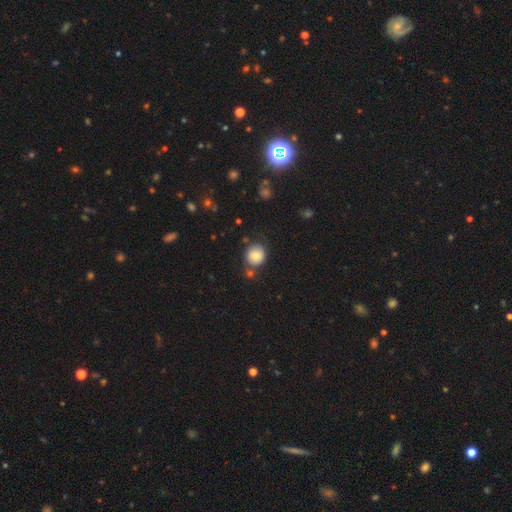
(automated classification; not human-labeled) This is likely a smooth galaxy (75%). How rounded: clearly round (86%). Merging: likely none (73%).